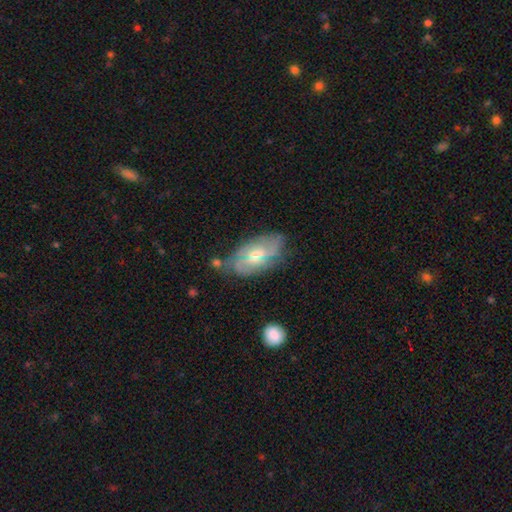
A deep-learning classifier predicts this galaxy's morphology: This is likely a featured or disk galaxy (67%). It is clearly not viewed edge-on (92%). Bar: possibly weak (46%). Spiral arm pattern: clearly yes (84%). Spiral arm count: marginally can't tell (42%). Spiral winding: marginally tight (42%). Central bulge: possibly moderate (49%). Merging: likely none (60%).